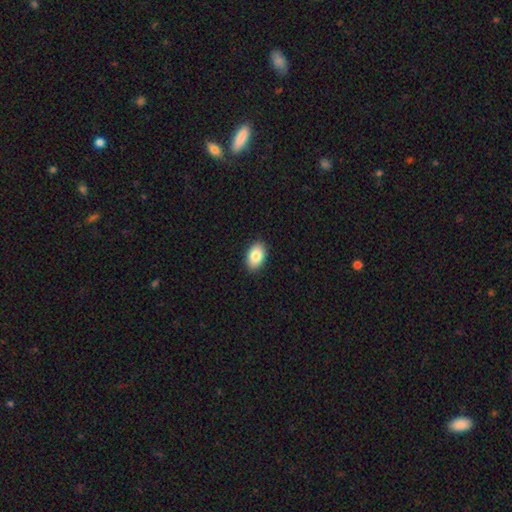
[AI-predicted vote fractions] Q: Smooth or featured?
A: smooth (86%); runner-up: featured or disk (7%)
Q: How rounded?
A: in between (91%); runner-up: round (8%)
Q: Merging?
A: none (90%); runner-up: minor disturbance (7%)